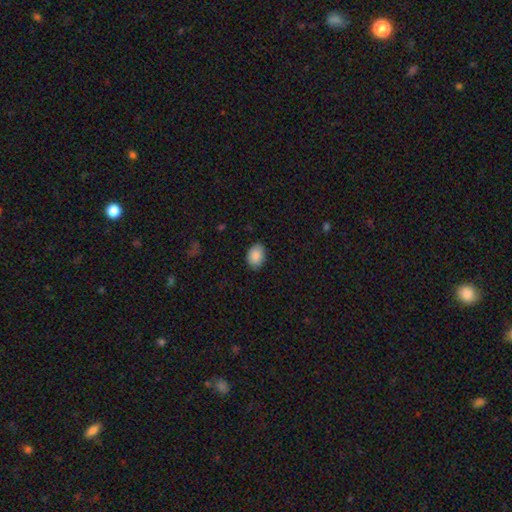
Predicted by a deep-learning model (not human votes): smooth-or-featured: smooth: 88% | star or artifact: 7% | featured or disk: 5%
  how-rounded: in between: 75% | round: 24% | cigar-shaped: 1%
  merging: none: 84% | minor disturbance: 13% | major disturbance: 2% | merger: 1%